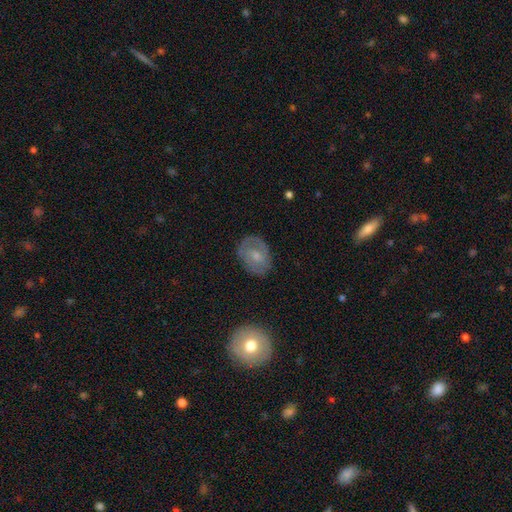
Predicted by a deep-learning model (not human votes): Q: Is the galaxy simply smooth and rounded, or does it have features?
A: featured or disk — 50%.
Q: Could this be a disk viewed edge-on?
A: no — 96%.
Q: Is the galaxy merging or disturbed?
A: none — 76%.